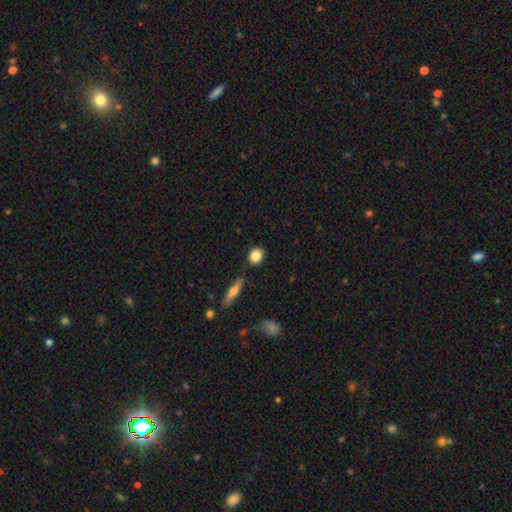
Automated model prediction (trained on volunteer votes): smooth-or-featured: smooth: 85% | featured or disk: 8% | star or artifact: 7%
  how-rounded: round: 66% | in between: 31% | cigar-shaped: 3%
  merging: none: 84% | minor disturbance: 9% | merger: 4% | major disturbance: 2%